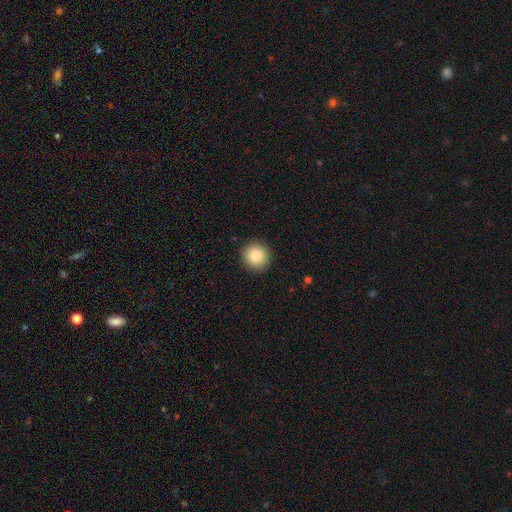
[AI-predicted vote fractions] Smooth or featured? Predicted: smooth (p=0.84). How rounded? Predicted: round (p=0.95). Merging? Predicted: none (p=0.92).